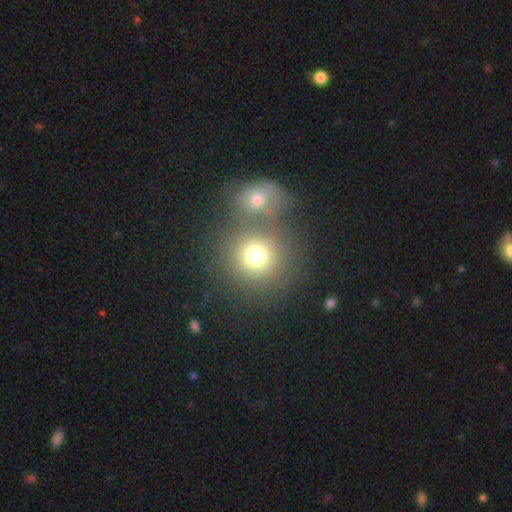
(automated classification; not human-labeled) A smooth galaxy with no disk features (74%) that is round (90%). Merging: none (54%).